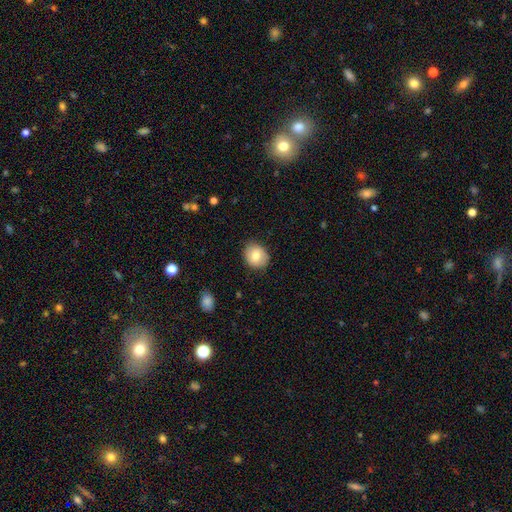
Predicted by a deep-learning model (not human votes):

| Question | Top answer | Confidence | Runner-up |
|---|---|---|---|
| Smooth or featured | smooth | 75% | featured or disk (18%) |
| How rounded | round | 64% | in between (35%) |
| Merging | none | 84% | minor disturbance (12%) |